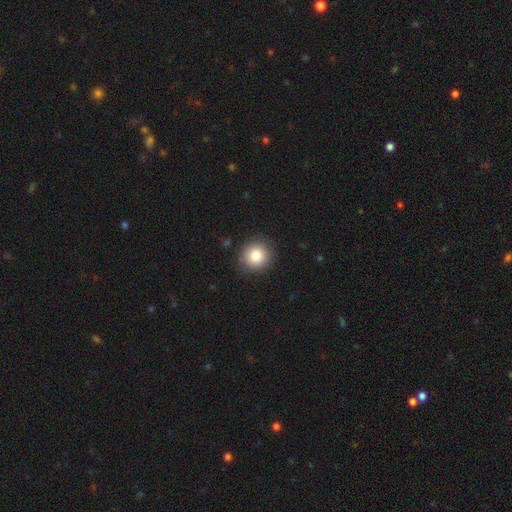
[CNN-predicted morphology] Smooth or featured?
  - smooth: 84% *
  - star or artifact: 9%
  - featured or disk: 6%
How rounded?
  - round: 92% *
  - in between: 7%
  - cigar-shaped: 1%
Merging?
  - none: 89% *
  - minor disturbance: 8%
  - major disturbance: 2%
  - merger: 1%